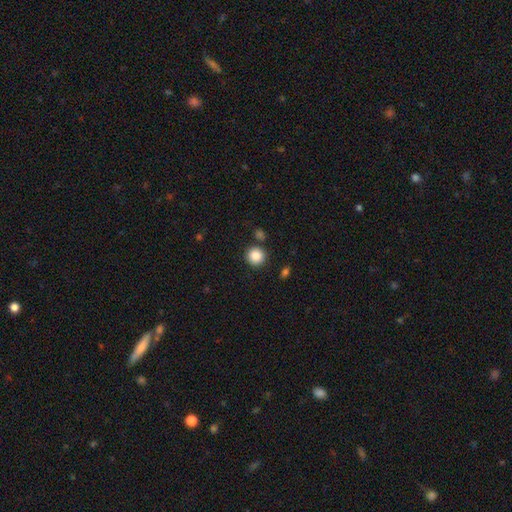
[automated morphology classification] smooth-or-featured: smooth: 87% | star or artifact: 9% | featured or disk: 4%
  how-rounded: round: 93% | in between: 6% | cigar-shaped: 1%
  merging: none: 85% | minor disturbance: 7% | merger: 5% | major disturbance: 2%